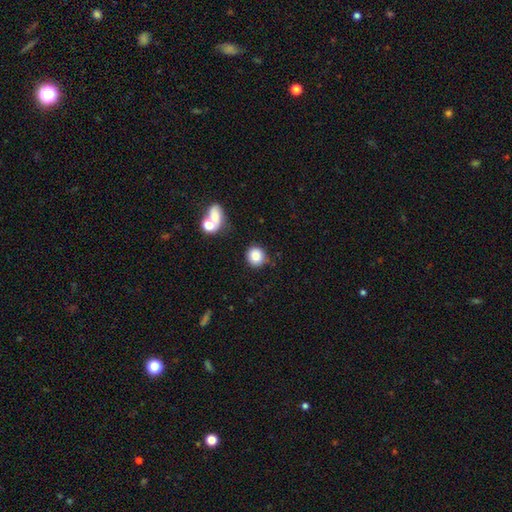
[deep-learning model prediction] Morphology: type=smooth (84%); roundness=round (87%); merging=none (76%).